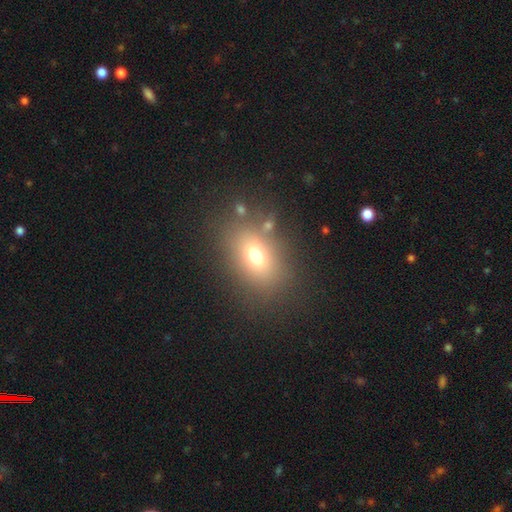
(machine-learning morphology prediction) smooth_or_featured: smooth (p=0.70) [alt: star or artifact p=0.15]
how_rounded: in between (p=0.72) [alt: round p=0.26]
merging: none (p=0.77) [alt: minor disturbance p=0.11]